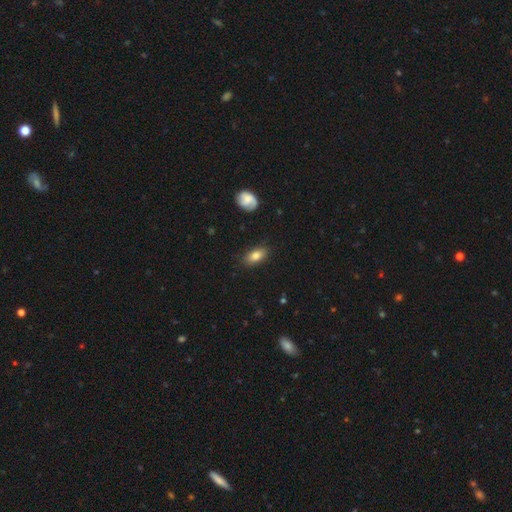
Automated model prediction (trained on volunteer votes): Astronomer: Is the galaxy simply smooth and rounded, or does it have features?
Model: smooth — 82%.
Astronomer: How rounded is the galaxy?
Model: in between — 89%.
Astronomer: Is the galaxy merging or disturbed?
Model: none — 85%.